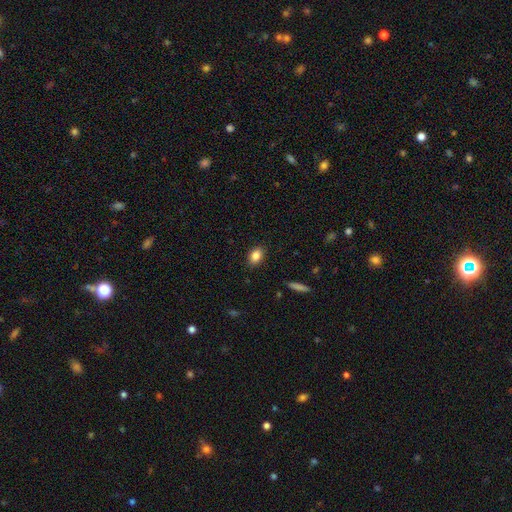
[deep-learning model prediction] This appears to be a smooth galaxy with no disk features (85%) that is in between round and cigar-shaped (77%). Merging: none (87%).